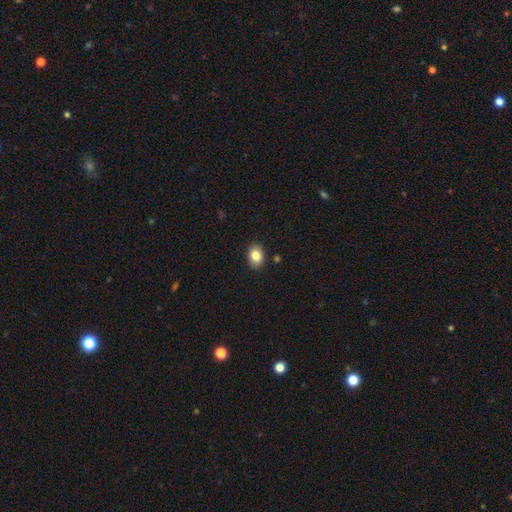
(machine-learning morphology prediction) Smooth or featured? smooth (84%)
How rounded? in between (69%)
Merging? none (88%)